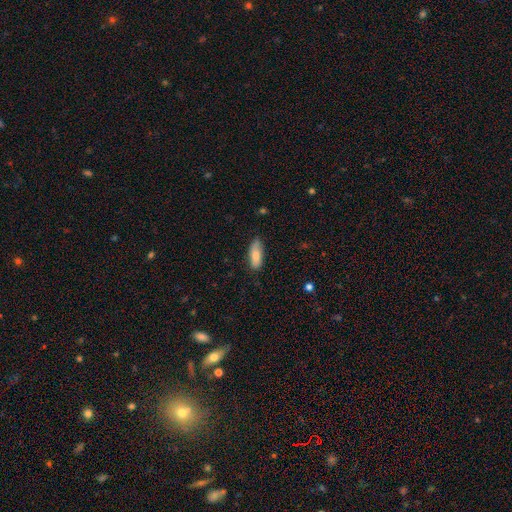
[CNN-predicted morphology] A smooth galaxy with no disk features (78%) that is in between round and cigar-shaped (75%).

Vote fractions:
- Smooth or featured? smooth: 78% / featured or disk: 16% / star or artifact: 6%
- How rounded? in between: 75% / cigar-shaped: 23% / round: 2%
- Merging? none: 76% / minor disturbance: 19% / major disturbance: 3% / merger: 1%